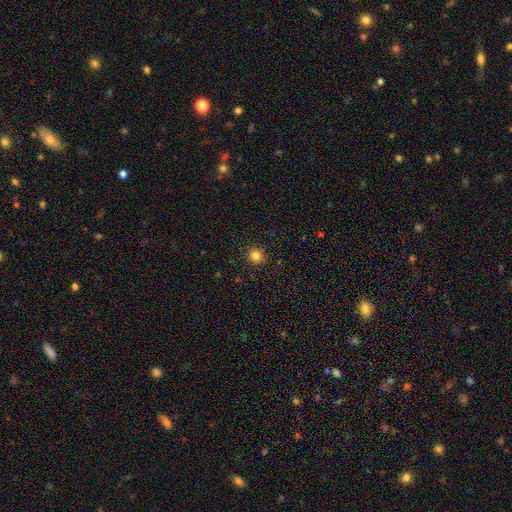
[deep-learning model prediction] A smooth galaxy with no disk features (82%) that is round (93%). Merging: none (91%).